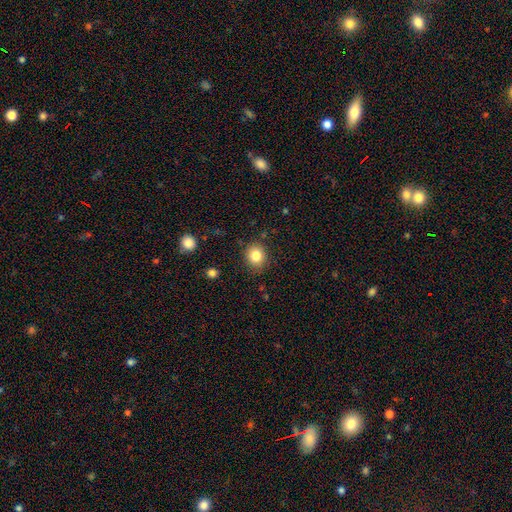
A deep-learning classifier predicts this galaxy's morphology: Overall: smooth (83%). How rounded: round (80%). Merging: none (87%).